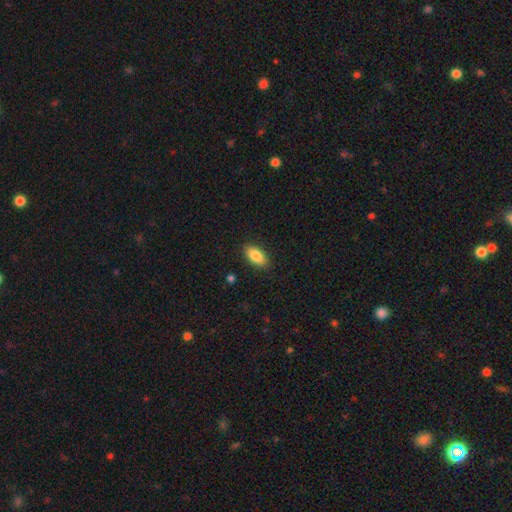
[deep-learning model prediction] Morphology: type=smooth (85%); roundness=in between (90%); merging=none (87%).